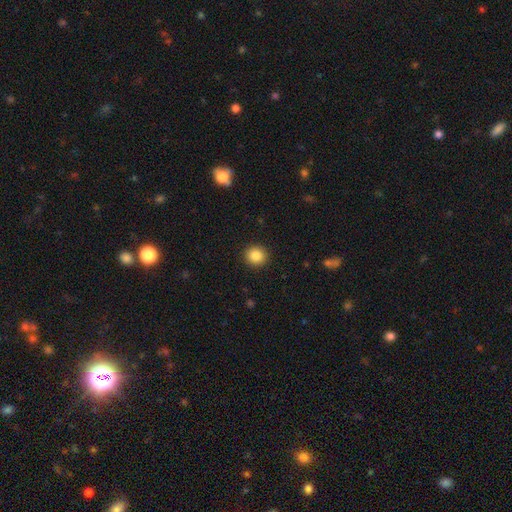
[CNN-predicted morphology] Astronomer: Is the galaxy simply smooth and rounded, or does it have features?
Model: smooth — 86%.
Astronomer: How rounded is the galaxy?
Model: round — 90%.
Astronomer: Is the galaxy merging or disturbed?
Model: none — 92%.